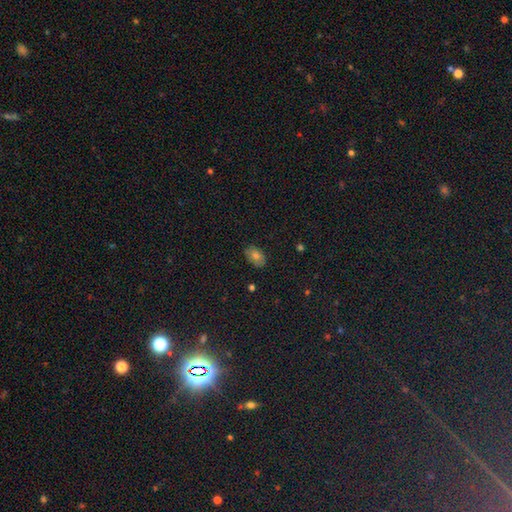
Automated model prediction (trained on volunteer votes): A smooth galaxy with no disk features (71%) that is in between round and cigar-shaped (87%). Merging: none (82%).